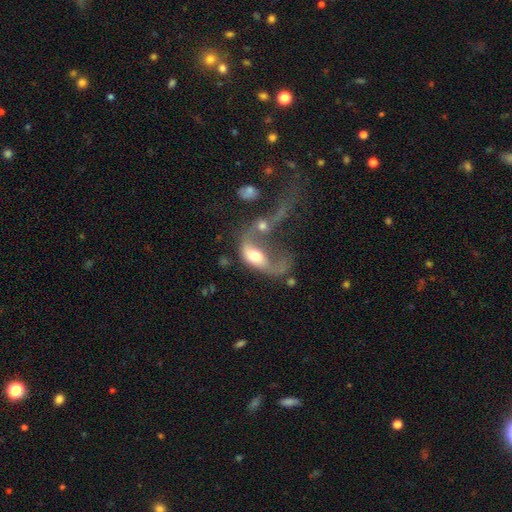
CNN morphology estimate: Smooth or featured? Predicted: featured or disk (p=0.55). Edge-on disk? Predicted: no (p=0.88). Merging? Predicted: merger (p=0.53).